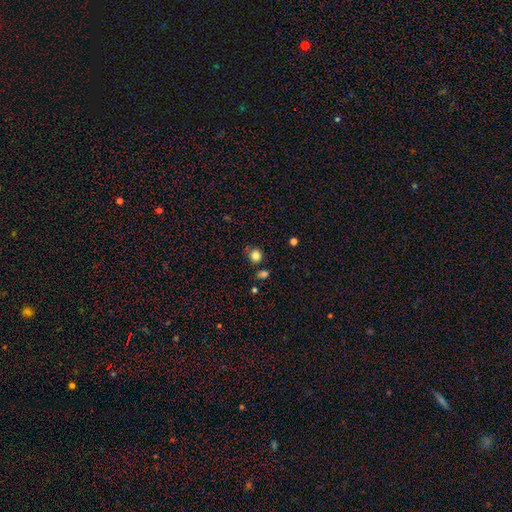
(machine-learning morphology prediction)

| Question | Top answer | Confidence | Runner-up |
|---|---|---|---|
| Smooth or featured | smooth | 83% | star or artifact (12%) |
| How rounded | round | 82% | in between (17%) |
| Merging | none | 70% | minor disturbance (19%) |